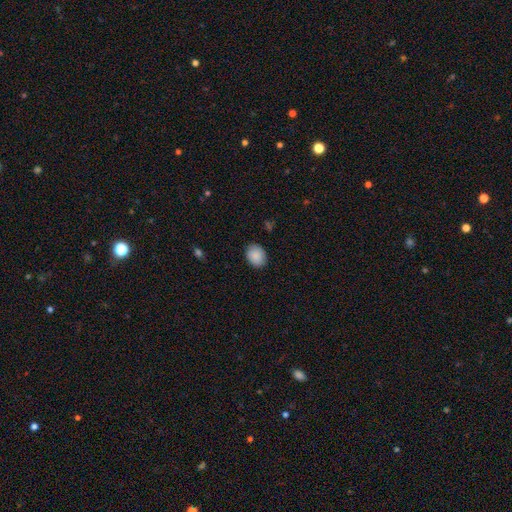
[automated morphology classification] smooth 89%, star or artifact 7%, featured or disk 4%. Down the decision tree: how rounded — in between (53%); merging — none (87%).